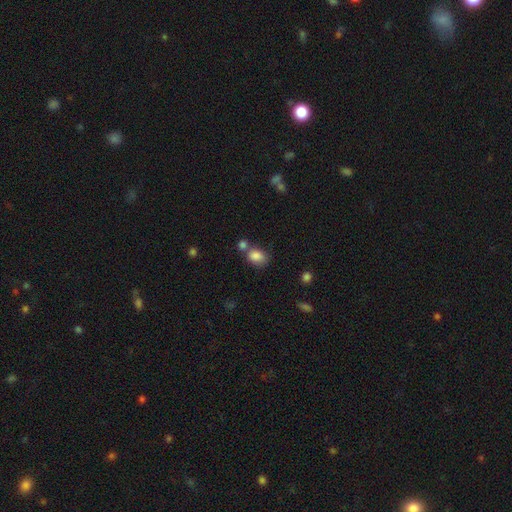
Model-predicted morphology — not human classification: This is clearly a smooth galaxy (85%). How rounded: likely in between (65%). Merging: possibly none (47%).